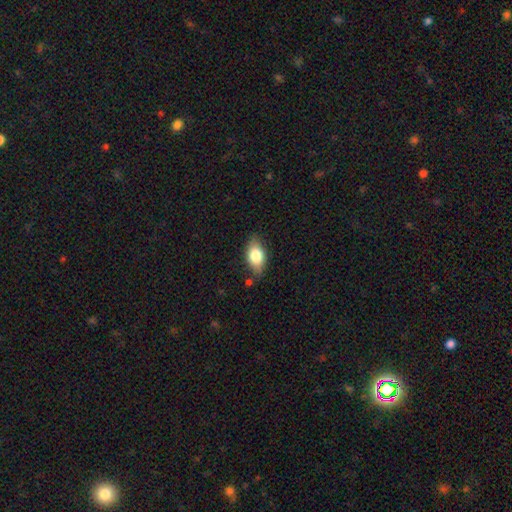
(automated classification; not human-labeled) smooth 77%, featured or disk 16%, star or artifact 7%. Down the decision tree: how rounded — in between (88%); merging — none (76%).